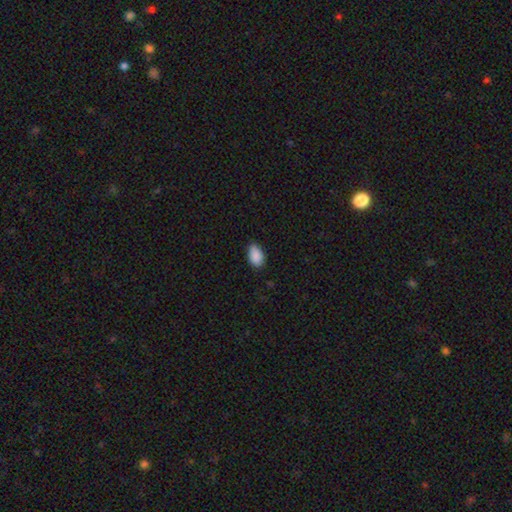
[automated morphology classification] Smooth or featured? Predicted: smooth (p=0.89). How rounded? Predicted: in between (p=0.91). Merging? Predicted: none (p=0.74).